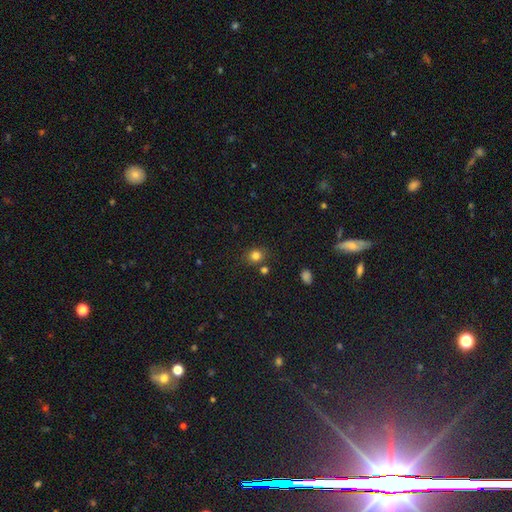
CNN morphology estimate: Q: Smooth or featured?
A: smooth (80%); runner-up: star or artifact (14%)
Q: How rounded?
A: round (78%); runner-up: in between (21%)
Q: Merging?
A: none (77%); runner-up: minor disturbance (11%)